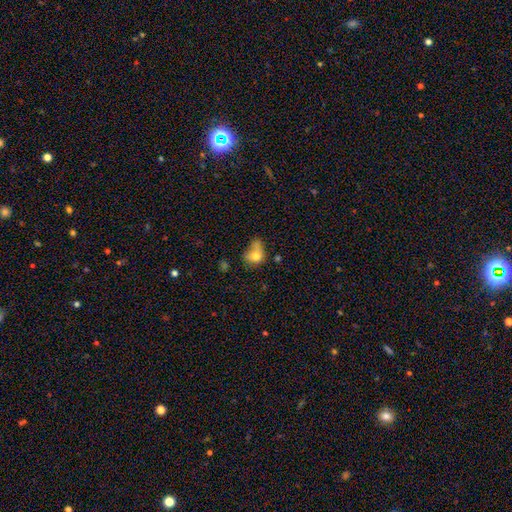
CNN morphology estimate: smooth_or_featured: smooth (p=0.76) [alt: featured or disk p=0.14]
how_rounded: round (p=0.57) [alt: in between p=0.41]
merging: none (p=0.30) [alt: minor disturbance p=0.26]